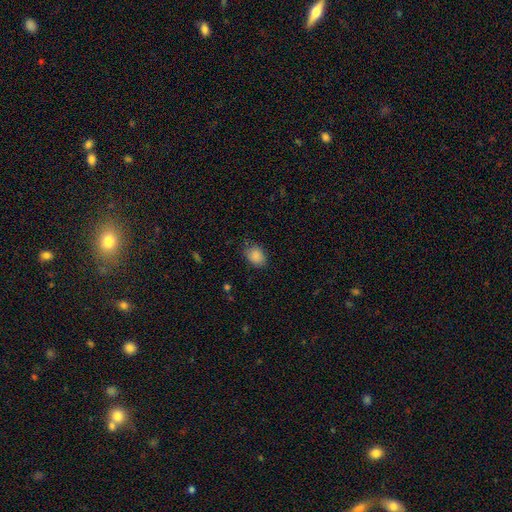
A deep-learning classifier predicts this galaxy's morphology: smooth_or_featured: smooth (p=0.87) [alt: star or artifact p=0.08]
how_rounded: in between (p=0.67) [alt: round p=0.32]
merging: none (p=0.75) [alt: minor disturbance p=0.19]